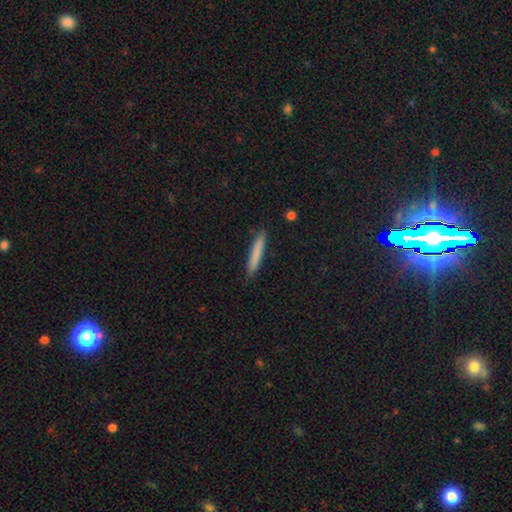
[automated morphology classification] smooth-or-featured: smooth: 78% | featured or disk: 16% | star or artifact: 6%
  how-rounded: cigar-shaped: 94% | in between: 5% | round: 1%
  merging: none: 86% | minor disturbance: 10% | major disturbance: 2% | merger: 1%